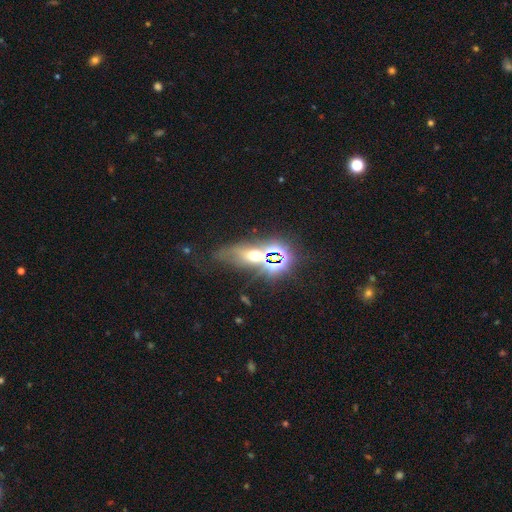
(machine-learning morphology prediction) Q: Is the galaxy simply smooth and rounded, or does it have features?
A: star or artifact — 43%.